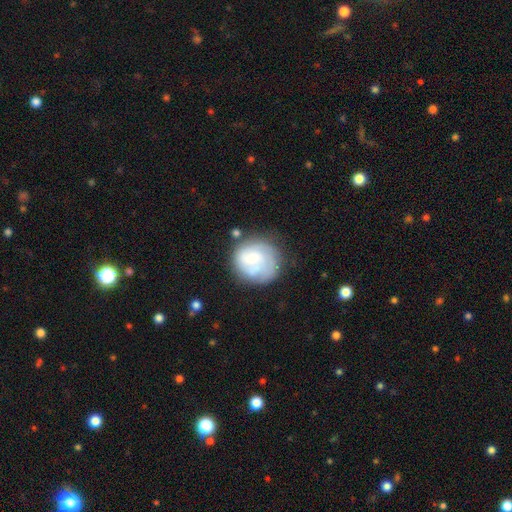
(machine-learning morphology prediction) Smooth or featured: featured or disk — 55% (smooth — 38%)
Edge-on disk: no — 98% (yes — 2%)
Bar: no — 66% (weak — 29%)
Spiral arms: yes — 74% (no — 26%)
Bulge size: small — 48% (moderate — 36%)
Merging: none — 65% (minor disturbance — 20%)